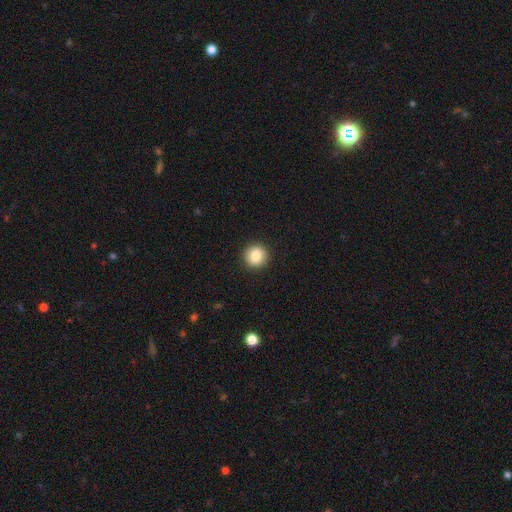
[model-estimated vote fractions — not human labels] A smooth galaxy with no disk features (86%) that is round (93%). Merging: none (93%).